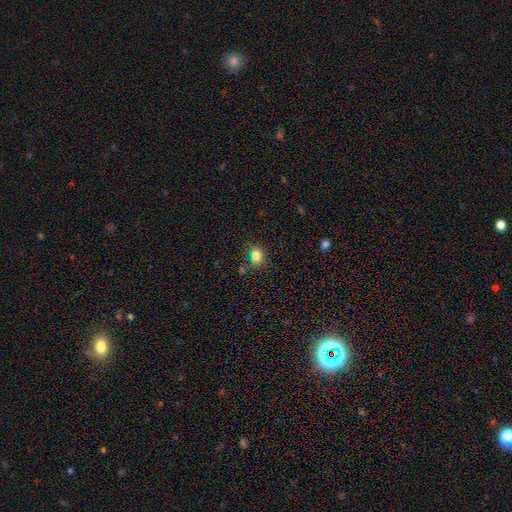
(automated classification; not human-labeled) Smooth or featured? smooth (81%)
How rounded? in between (50%)
Merging? none (69%)